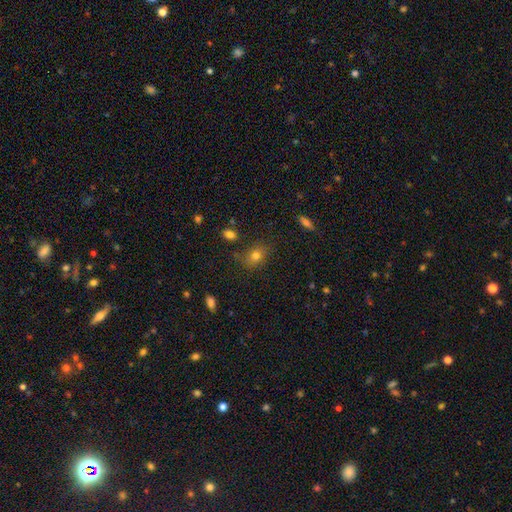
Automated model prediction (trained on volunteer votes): Overall: smooth (75%). How rounded: in between (56%; round 42%). Merging: none (74%).